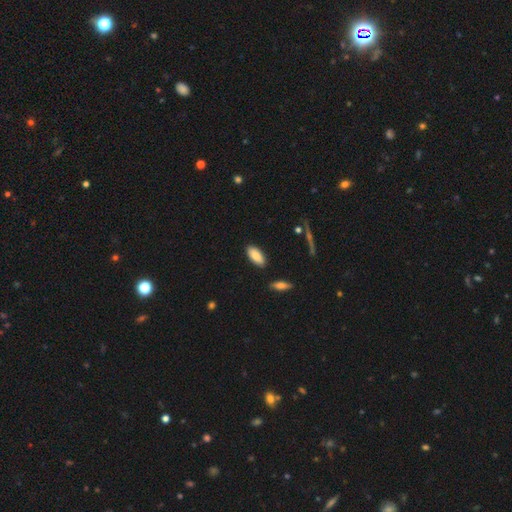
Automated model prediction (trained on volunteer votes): Q: Smooth or featured?
A: smooth (86%); runner-up: featured or disk (8%)
Q: How rounded?
A: in between (88%); runner-up: cigar-shaped (10%)
Q: Merging?
A: none (87%); runner-up: minor disturbance (9%)